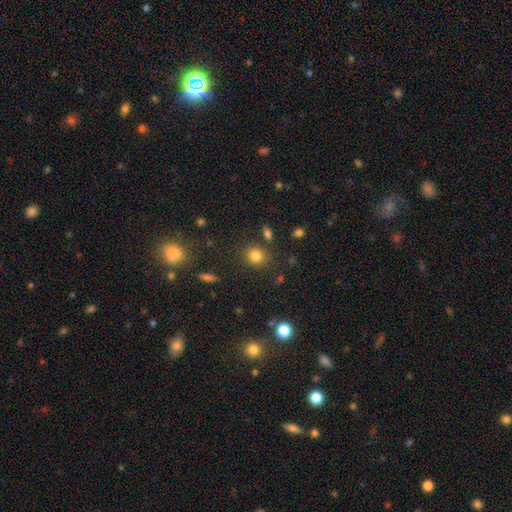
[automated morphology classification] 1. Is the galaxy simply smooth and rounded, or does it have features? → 80% smooth, 13% star or artifact, 7% featured or disk.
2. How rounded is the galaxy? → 78% round, 21% in between, 1% cigar-shaped.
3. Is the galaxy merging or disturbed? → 79% none, 11% minor disturbance, 6% merger, 4% major disturbance.